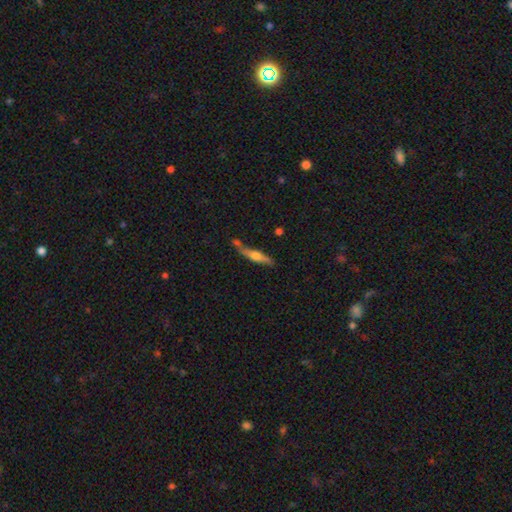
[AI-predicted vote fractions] featured or disk 53%, smooth 41%, star or artifact 6%. Down the decision tree: edge-on disk — yes (93%); merging — none (67%).